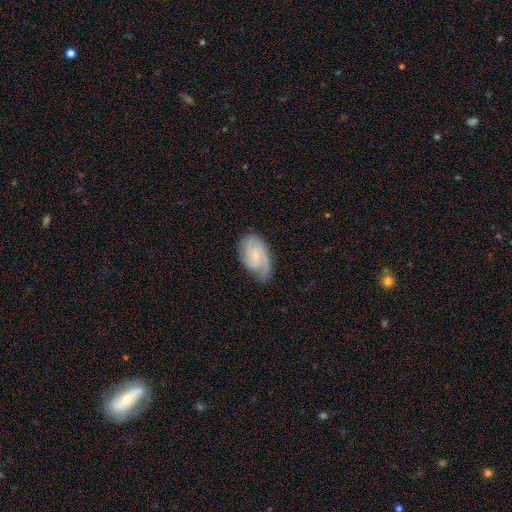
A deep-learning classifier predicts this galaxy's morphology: Smooth or featured? Predicted: featured or disk (p=0.77). Edge-on disk? Predicted: no (p=0.97). Bar? Predicted: no (p=0.66). Spiral arms? Predicted: yes (p=0.96). Spiral winding? Predicted: tight (p=0.51). Spiral arm count? Predicted: 2 (p=0.43). Bulge size? Predicted: small (p=0.72). Merging? Predicted: none (p=0.65).